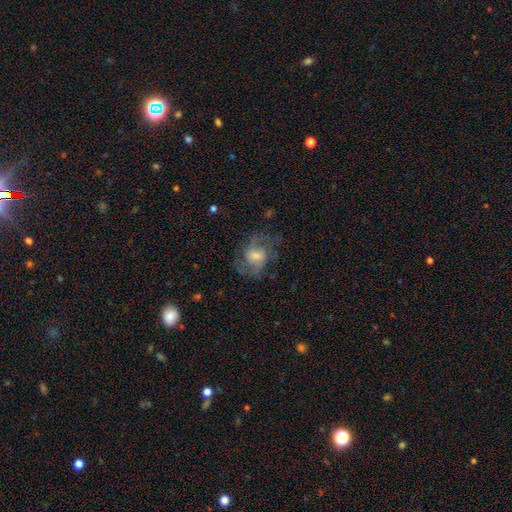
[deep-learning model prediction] A featured or disk galaxy (65%) with a weak bar (49%), 2 (53%) medium (50%) spiral arms (81%) and a moderate central bulge (38%).

Vote fractions:
- Smooth or featured? featured or disk: 65% / smooth: 26% / star or artifact: 9%
- Edge-on disk? no: 97% / yes: 3%
- Bar? weak: 49% / no: 38% / strong: 13%
- Spiral arms? yes: 81% / no: 19%
- Spiral winding? medium: 50% / loose: 30% / tight: 20%
- Spiral arm count? 2: 53% / can't tell: 24% / 3: 11% / 1: 5% / 4: 3% / more than 4: 3%
- Bulge size? moderate: 38% / small: 31% / large: 16% / none: 12% / dominant: 2%
- Merging? none: 54% / major disturbance: 24% / minor disturbance: 20% / merger: 2%